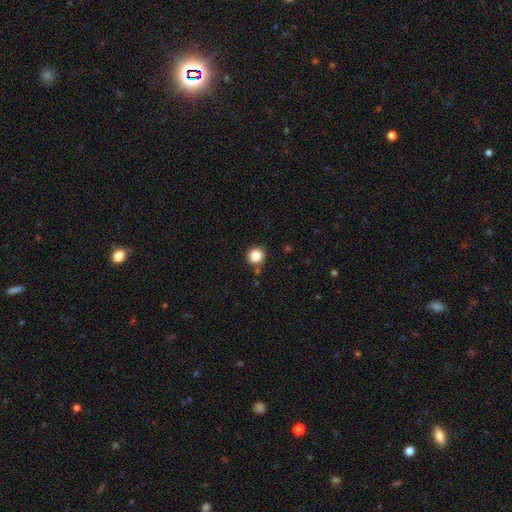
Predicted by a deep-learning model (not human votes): Smooth or featured? smooth (84%)
How rounded? round (90%)
Merging? none (84%)